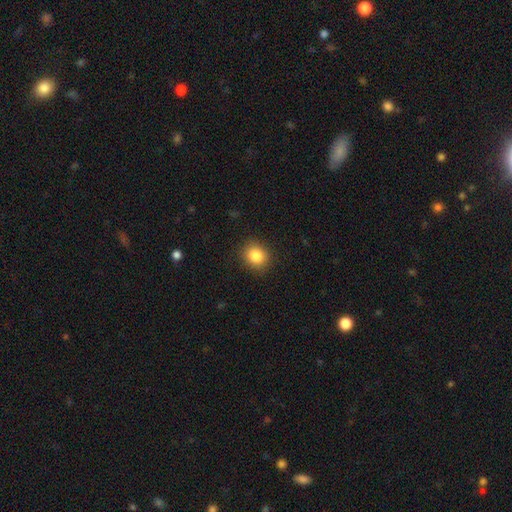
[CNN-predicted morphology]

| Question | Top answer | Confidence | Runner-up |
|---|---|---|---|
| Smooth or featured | smooth | 84% | star or artifact (10%) |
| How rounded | round | 76% | in between (23%) |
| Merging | none | 89% | minor disturbance (7%) |